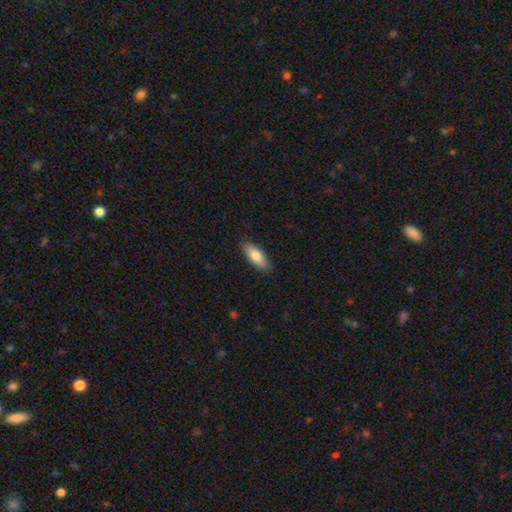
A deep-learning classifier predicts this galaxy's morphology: Smooth or featured? Predicted: smooth (p=0.78). How rounded? Predicted: in between (p=0.69). Merging? Predicted: none (p=0.88).